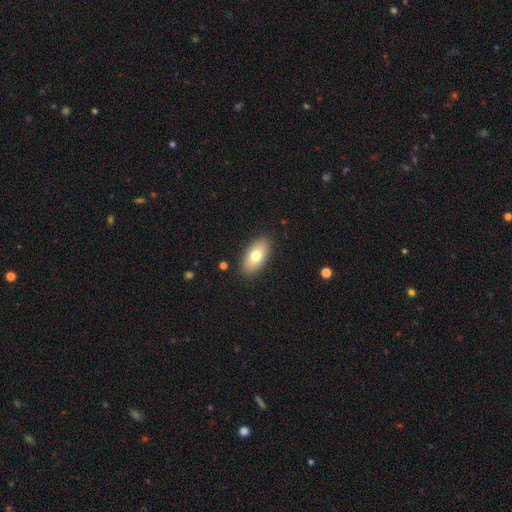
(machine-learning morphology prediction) The model was most divided on "smooth or featured": smooth: 75%, featured or disk: 18%, star or artifact: 7%. More confident: how rounded — in between (92%); merging — none (88%).